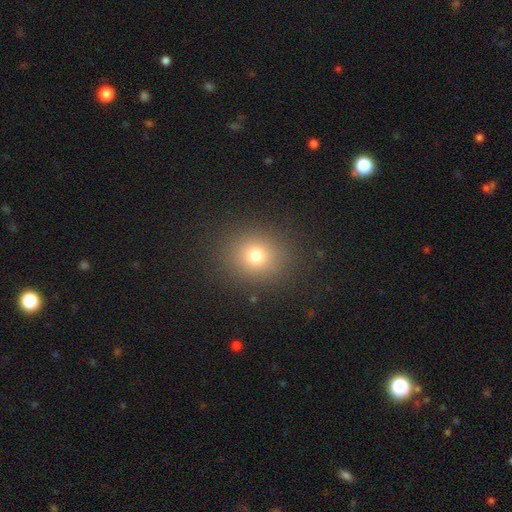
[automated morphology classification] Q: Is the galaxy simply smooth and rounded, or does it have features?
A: smooth — 74%.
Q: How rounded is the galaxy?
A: round — 73%.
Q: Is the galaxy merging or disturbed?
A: none — 88%.